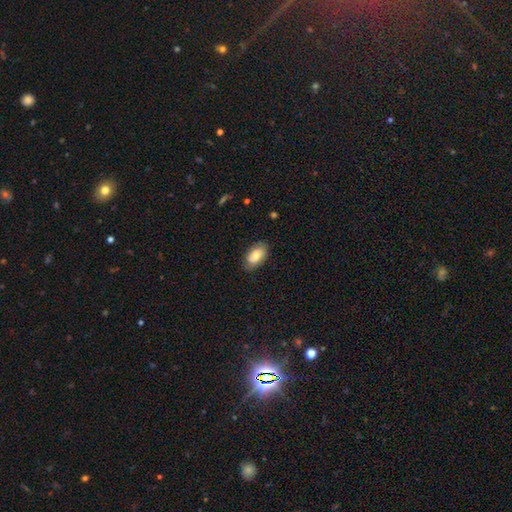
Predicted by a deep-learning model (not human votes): smooth_or_featured: smooth (p=0.74) [alt: featured or disk p=0.20]
how_rounded: in between (p=0.93) [alt: round p=0.05]
merging: none (p=0.79) [alt: minor disturbance p=0.17]